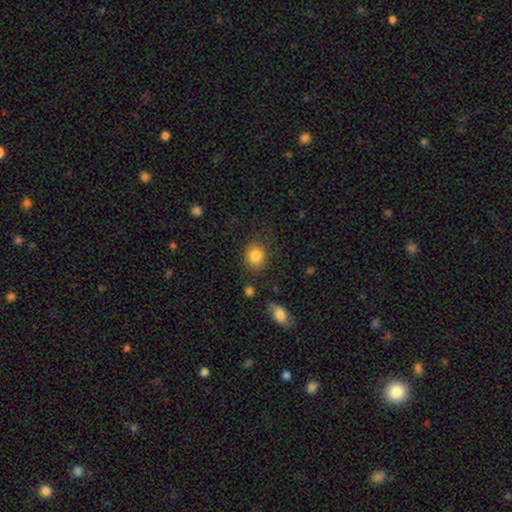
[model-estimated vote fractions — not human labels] Smooth or featured: smooth — 85% (star or artifact — 9%)
How rounded: round — 79% (in between — 20%)
Merging: none — 82% (minor disturbance — 11%)